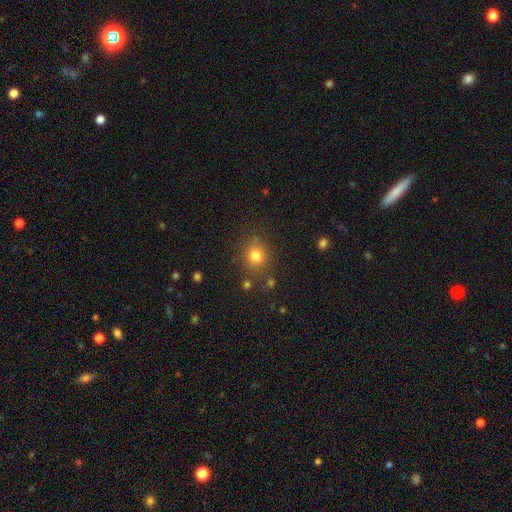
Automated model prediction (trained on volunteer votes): The model was most divided on "smooth or featured": smooth: 78%, star or artifact: 15%, featured or disk: 7%. More confident: how rounded — round (84%); merging — none (81%).